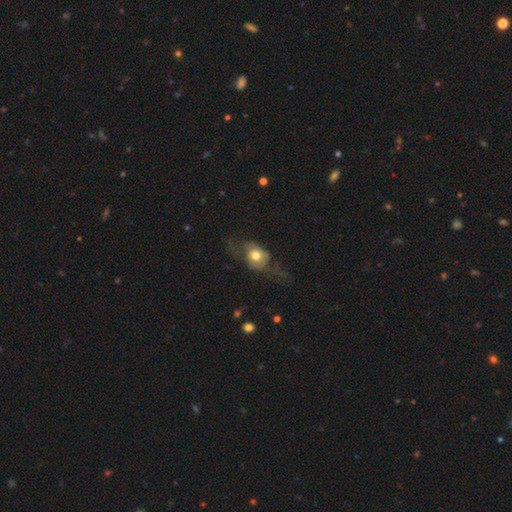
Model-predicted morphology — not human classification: The model was most divided on "how rounded": round: 49%, in between: 48%, cigar-shaped: 3%. Remaining: smooth or featured — smooth (59%); merging — major disturbance (42%).